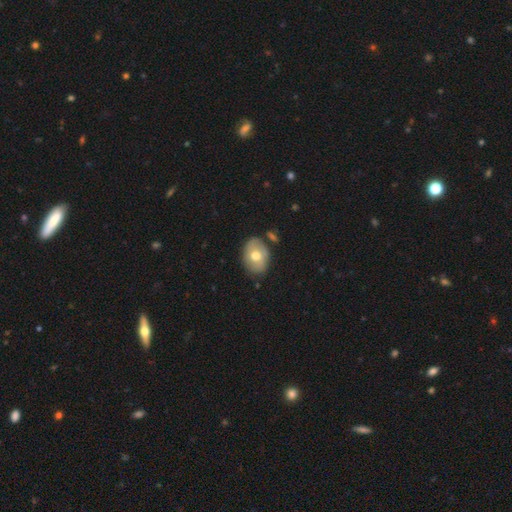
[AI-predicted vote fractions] This is likely a smooth galaxy (64%). How rounded: likely in between (76%). Merging: likely none (76%).